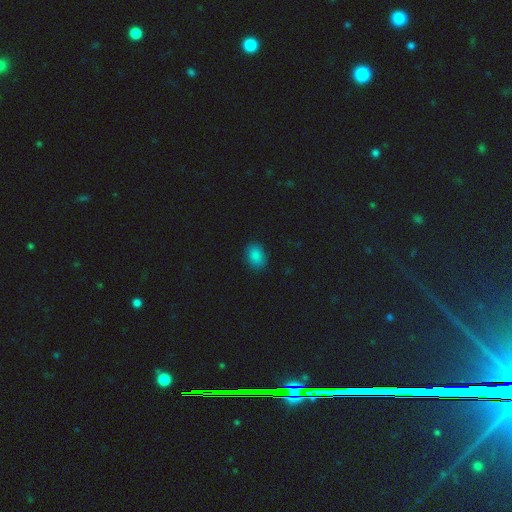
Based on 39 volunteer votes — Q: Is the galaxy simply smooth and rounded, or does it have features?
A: smooth — 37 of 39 (95%).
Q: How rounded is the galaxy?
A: in between — 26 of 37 (70%).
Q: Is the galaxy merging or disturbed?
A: none — 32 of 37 (86%).